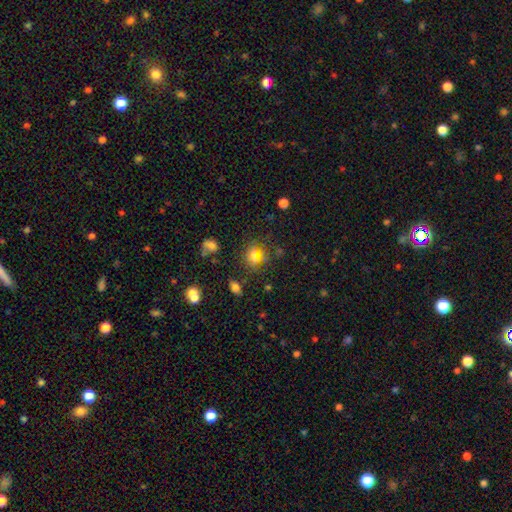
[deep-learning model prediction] smooth_or_featured: smooth (p=0.60) [alt: star or artifact p=0.27]
how_rounded: round (p=0.59) [alt: in between p=0.37]
merging: none (p=0.71) [alt: minor disturbance p=0.15]